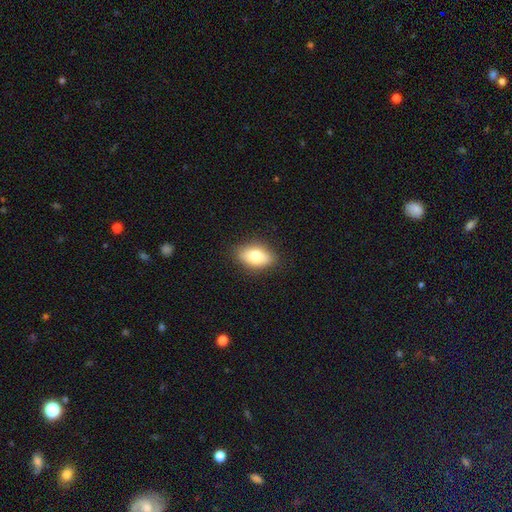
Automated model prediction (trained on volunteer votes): Smooth or featured? Predicted: smooth (p=0.79). How rounded? Predicted: in between (p=0.88). Merging? Predicted: none (p=0.85).